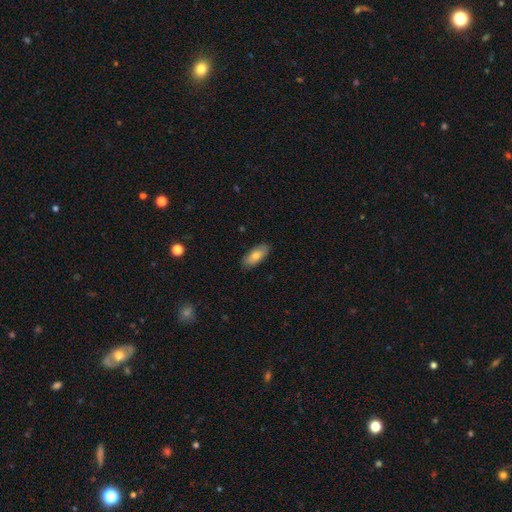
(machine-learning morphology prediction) Q: Smooth or featured?
A: smooth (74%); runner-up: featured or disk (19%)
Q: How rounded?
A: in between (85%); runner-up: cigar-shaped (13%)
Q: Merging?
A: none (87%); runner-up: minor disturbance (10%)